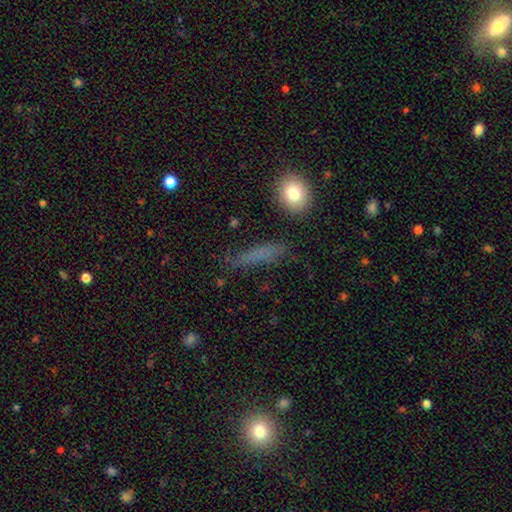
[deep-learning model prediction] Q: Smooth or featured?
A: smooth (59%); runner-up: featured or disk (24%)
Q: How rounded?
A: cigar-shaped (81%); runner-up: in between (14%)
Q: Merging?
A: none (78%); runner-up: minor disturbance (14%)